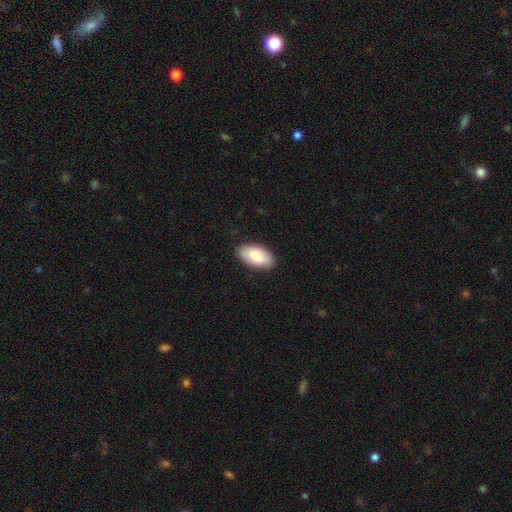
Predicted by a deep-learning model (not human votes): A smooth galaxy with no disk features (81%) that is in between round and cigar-shaped (95%).

Vote fractions:
- Smooth or featured? smooth: 81% / featured or disk: 13% / star or artifact: 5%
- How rounded? in between: 95% / cigar-shaped: 3% / round: 2%
- Merging? none: 88% / minor disturbance: 9% / major disturbance: 2% / merger: 1%